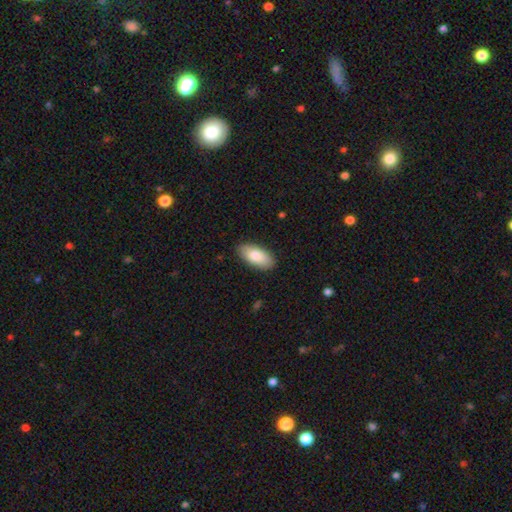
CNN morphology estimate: Smooth or featured? smooth (83%)
How rounded? in between (92%)
Merging? none (88%)